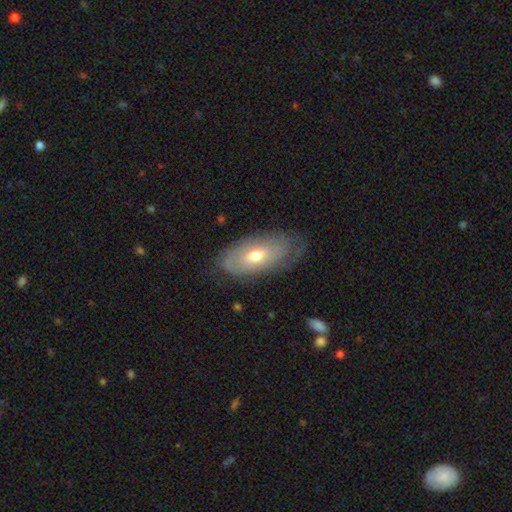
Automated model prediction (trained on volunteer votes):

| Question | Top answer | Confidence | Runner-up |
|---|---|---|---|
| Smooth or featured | smooth | 51% | featured or disk (43%) |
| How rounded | in between | 89% | cigar-shaped (8%) |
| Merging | none | 66% | minor disturbance (24%) |